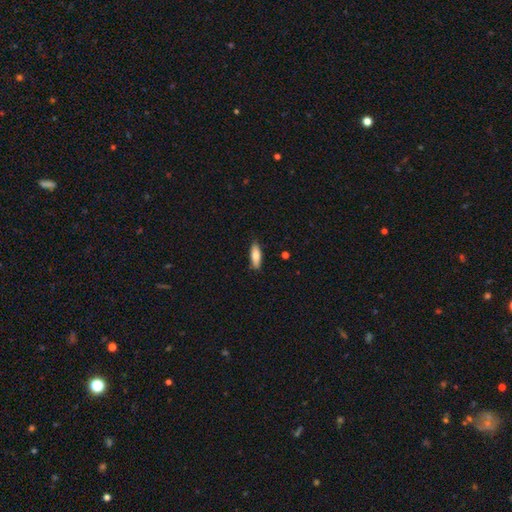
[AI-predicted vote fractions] smooth 77%, featured or disk 17%, star or artifact 6%. Down the decision tree: how rounded — in between (58%); merging — none (85%).